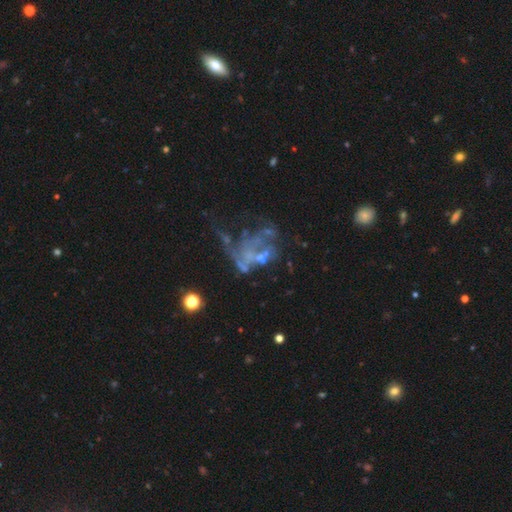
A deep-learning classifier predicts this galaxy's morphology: A featured or disk galaxy (67%) with no bar (89%), no spiral arms (83%) and no central bulge (74%).

Vote fractions:
- Smooth or featured? featured or disk: 67% / star or artifact: 20% / smooth: 13%
- Edge-on disk? no: 98% / yes: 2%
- Bar? no: 89% / weak: 8% / strong: 3%
- Spiral arms? no: 83% / yes: 17%
- Bulge size? none: 74% / small: 14% / moderate: 9% / large: 2% / dominant: 1%
- Merging? major disturbance: 44% / none: 25% / merger: 18% / minor disturbance: 13%